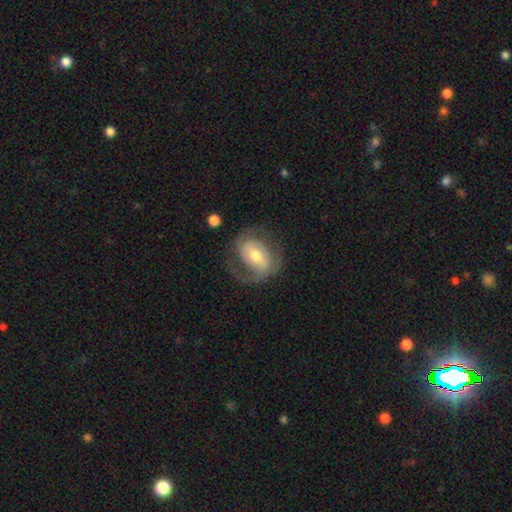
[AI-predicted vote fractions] This is likely a featured or disk galaxy (72%). It is clearly not viewed edge-on (96%). Bar: marginally weak (41%). Spiral arm pattern: clearly yes (82%). Spiral arm count: likely 2 (76%). Spiral winding: possibly medium (46%). Central bulge: likely moderate (68%). Merging: likely none (65%).